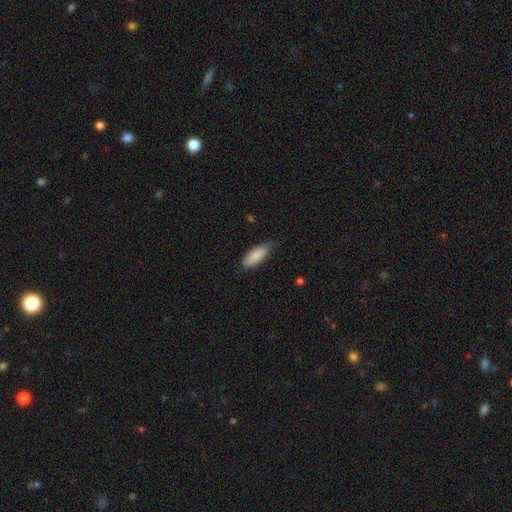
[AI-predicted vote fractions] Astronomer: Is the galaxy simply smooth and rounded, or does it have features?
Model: smooth — 87%.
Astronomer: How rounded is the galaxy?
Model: in between — 79%.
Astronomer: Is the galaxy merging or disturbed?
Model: none — 71%.